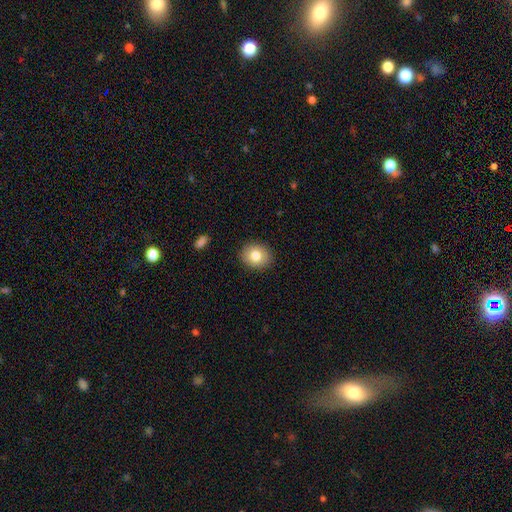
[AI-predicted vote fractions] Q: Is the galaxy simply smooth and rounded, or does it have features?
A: smooth — 80%.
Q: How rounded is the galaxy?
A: round — 67%.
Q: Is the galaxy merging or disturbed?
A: none — 90%.